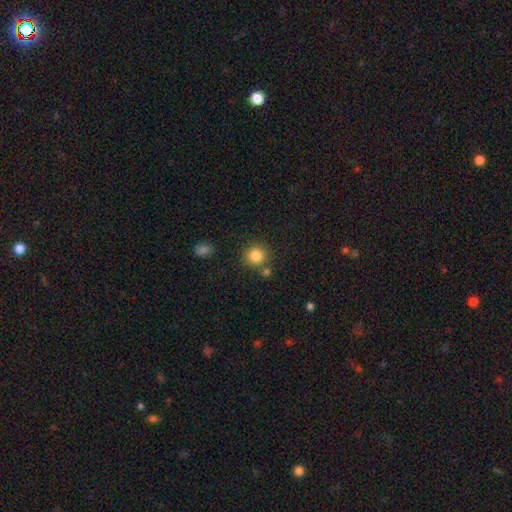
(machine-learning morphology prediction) smooth-or-featured: smooth: 83% | star or artifact: 11% | featured or disk: 6%
  how-rounded: round: 92% | in between: 7% | cigar-shaped: 1%
  merging: none: 78% | merger: 10% | minor disturbance: 9% | major disturbance: 3%